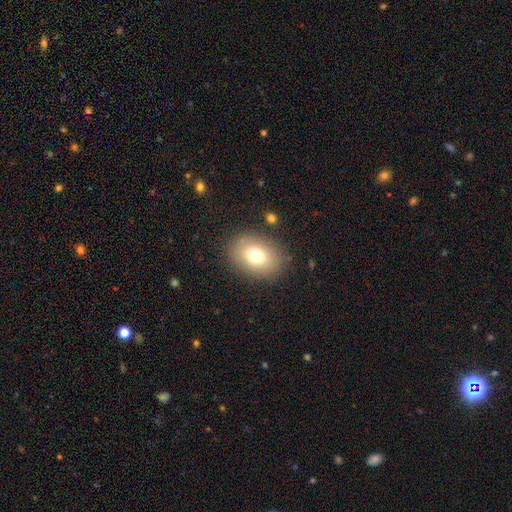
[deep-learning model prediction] A smooth galaxy with no disk features (75%) that is in between round and cigar-shaped (69%). Merging: none (86%).